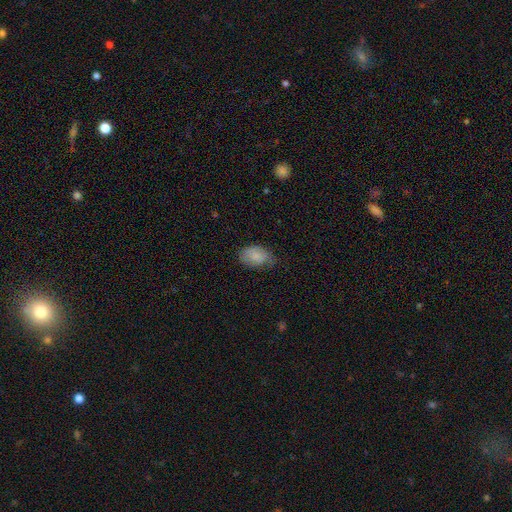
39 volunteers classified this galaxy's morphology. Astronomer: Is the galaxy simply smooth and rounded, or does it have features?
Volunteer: smooth — 87%.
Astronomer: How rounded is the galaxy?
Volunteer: in between — 100%.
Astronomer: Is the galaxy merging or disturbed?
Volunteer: none — 64%.